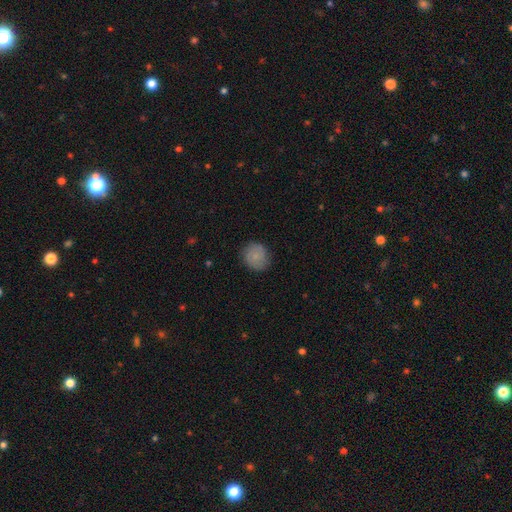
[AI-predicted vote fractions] smooth-or-featured: smooth: 77% | featured or disk: 15% | star or artifact: 8%
  how-rounded: round: 84% | in between: 15% | cigar-shaped: 1%
  merging: none: 82% | minor disturbance: 14% | major disturbance: 3% | merger: 1%